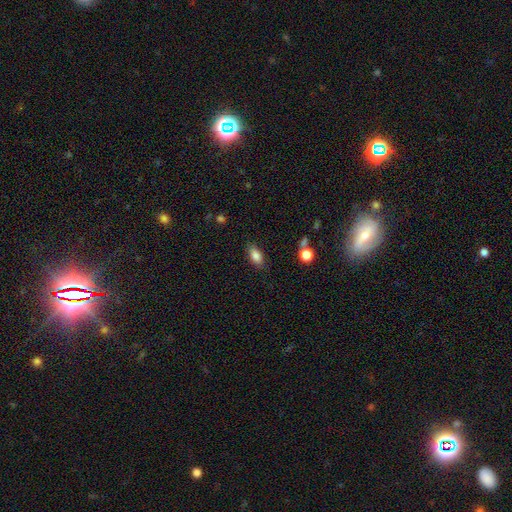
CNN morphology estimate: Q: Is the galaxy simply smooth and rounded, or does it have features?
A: smooth — 84%.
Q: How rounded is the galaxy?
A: in between — 86%.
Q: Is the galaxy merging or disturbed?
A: none — 84%.